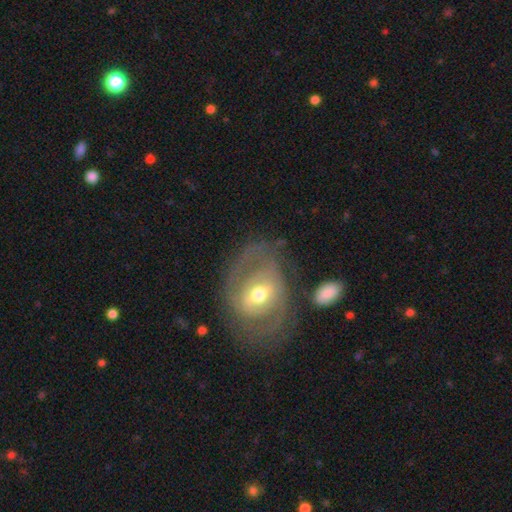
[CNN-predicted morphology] A featured or disk galaxy (75%) with a weak bar (44%), 2 (58%) tight (48%) spiral arms (72%) and a moderate central bulge (68%). Merging: none (63%).